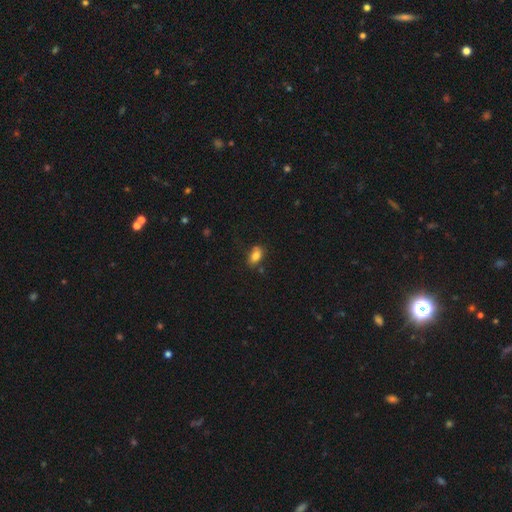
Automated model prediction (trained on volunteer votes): Smooth or featured? smooth (81%)
How rounded? in between (85%)
Merging? none (65%)